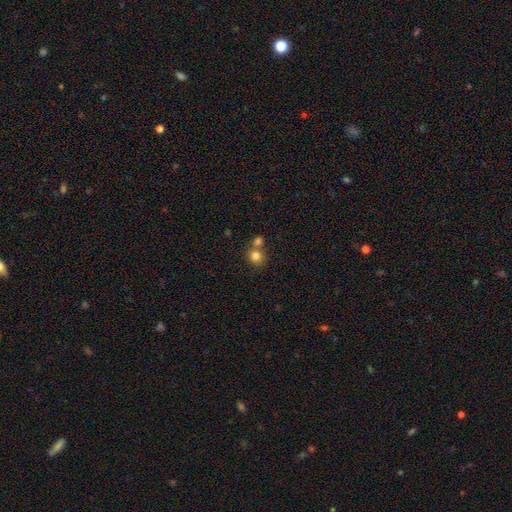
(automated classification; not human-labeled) A smooth galaxy with no disk features (82%) that is round (88%).

Vote fractions:
- Smooth or featured? smooth: 82% / star or artifact: 11% / featured or disk: 7%
- How rounded? round: 88% / in between: 11% / cigar-shaped: 1%
- Merging? none: 56% / merger: 35% / minor disturbance: 7% / major disturbance: 3%